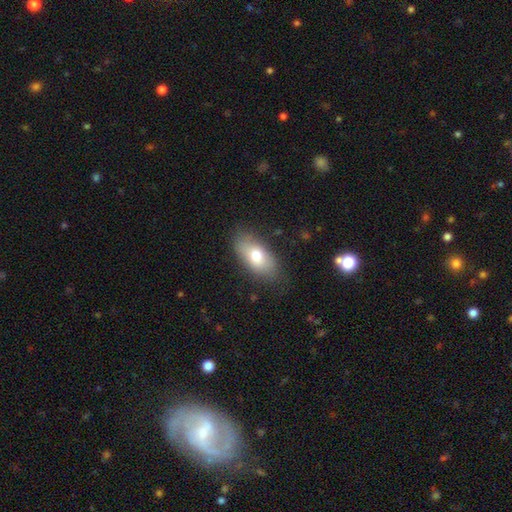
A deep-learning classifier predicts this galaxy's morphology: The model was most divided on "smooth or featured": smooth: 74%, featured or disk: 18%, star or artifact: 8%. More confident: how rounded — in between (90%); merging — none (77%).